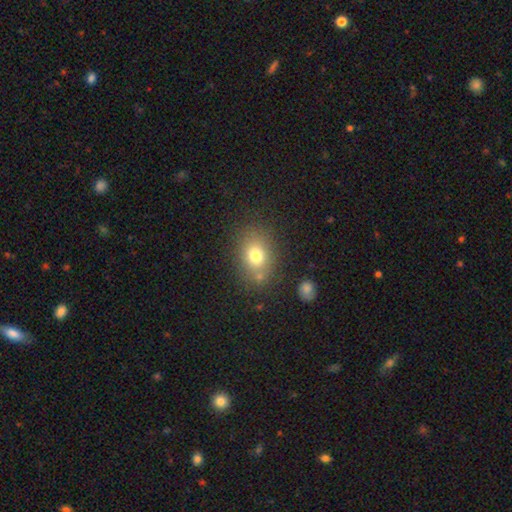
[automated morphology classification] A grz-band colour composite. It shows a smooth galaxy with no disk features (74%) that is in between round and cigar-shaped (62%). Merging: none (75%).